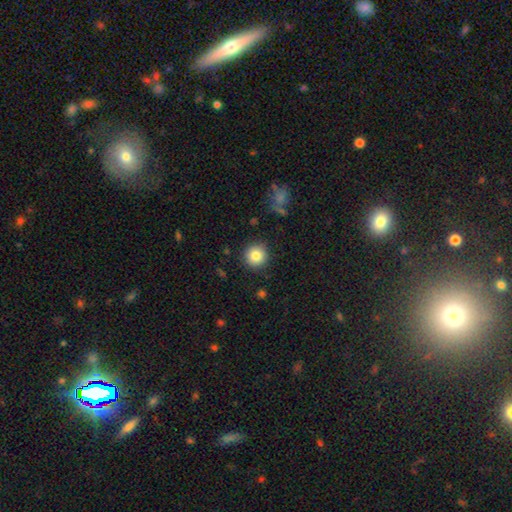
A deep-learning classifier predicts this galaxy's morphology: Smooth or featured?
  - smooth: 83% *
  - star or artifact: 10%
  - featured or disk: 7%
How rounded?
  - round: 95% *
  - in between: 4%
  - cigar-shaped: 1%
Merging?
  - none: 90% *
  - minor disturbance: 7%
  - major disturbance: 2%
  - merger: 1%